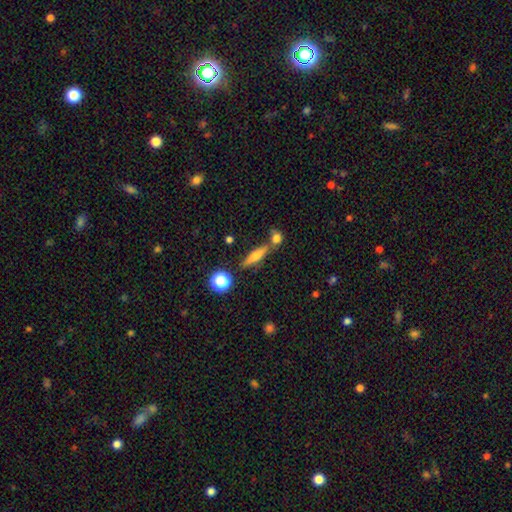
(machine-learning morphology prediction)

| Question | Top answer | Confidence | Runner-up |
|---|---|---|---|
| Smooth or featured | smooth | 52% | featured or disk (37%) |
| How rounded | cigar-shaped | 75% | in between (19%) |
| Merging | none | 67% | merger (19%) |